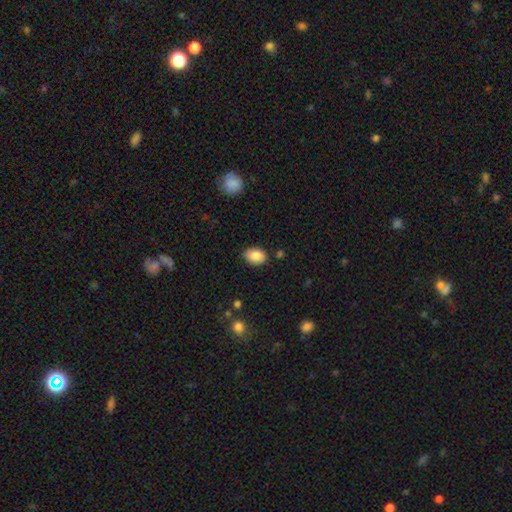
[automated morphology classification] Smooth or featured: smooth — 87% (star or artifact — 8%)
How rounded: in between — 82% (round — 17%)
Merging: none — 83% (minor disturbance — 12%)